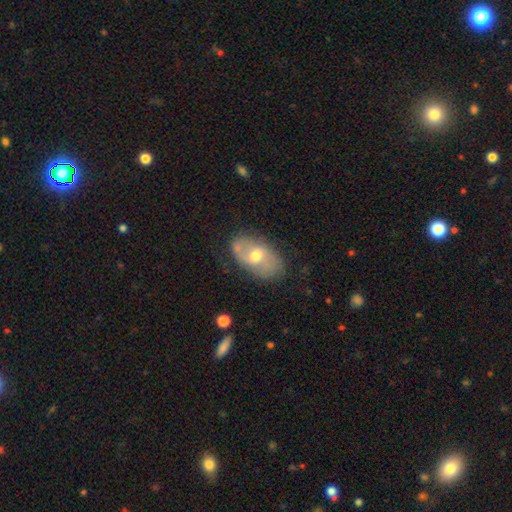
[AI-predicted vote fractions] A featured or disk galaxy (53%).

Vote fractions:
- Smooth or featured? featured or disk: 53% / smooth: 39% / star or artifact: 7%
- Edge-on disk? no: 92% / yes: 8%
- Merging? none: 72% / minor disturbance: 19% / major disturbance: 5% / merger: 3%